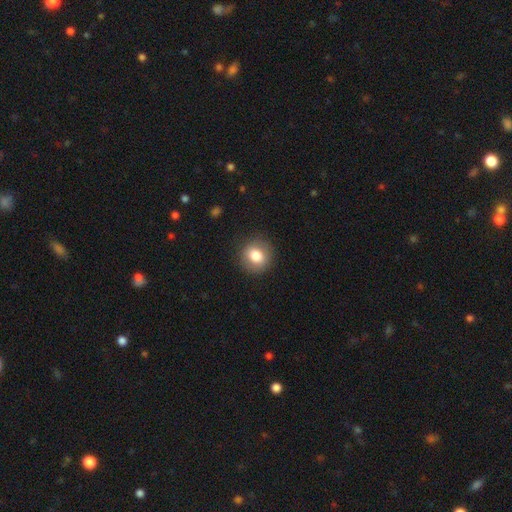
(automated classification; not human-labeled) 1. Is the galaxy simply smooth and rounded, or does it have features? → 79% smooth, 12% featured or disk, 9% star or artifact.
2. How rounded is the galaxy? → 86% round, 13% in between, 1% cigar-shaped.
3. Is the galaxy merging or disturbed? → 88% none, 9% minor disturbance, 3% major disturbance, 1% merger.